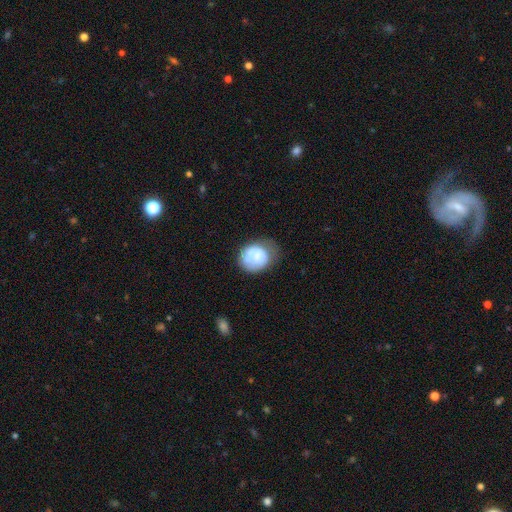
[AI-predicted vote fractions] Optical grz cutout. It shows a smooth galaxy with no disk features (63%) that is round (59%). Merging: none (41%).